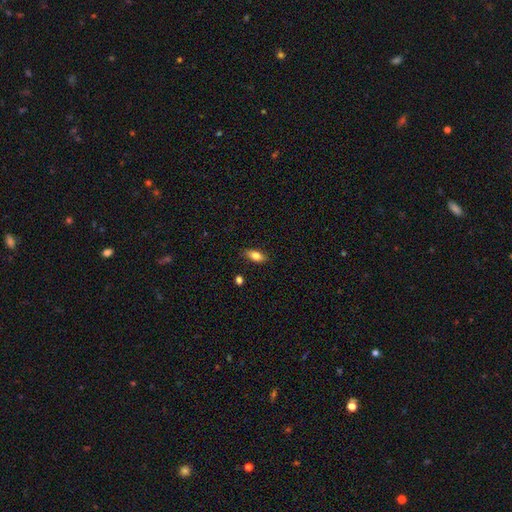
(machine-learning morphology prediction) smooth_or_featured: smooth (p=0.78) [alt: featured or disk p=0.14]
how_rounded: in between (p=0.84) [alt: cigar-shaped p=0.13]
merging: none (p=0.85) [alt: minor disturbance p=0.12]